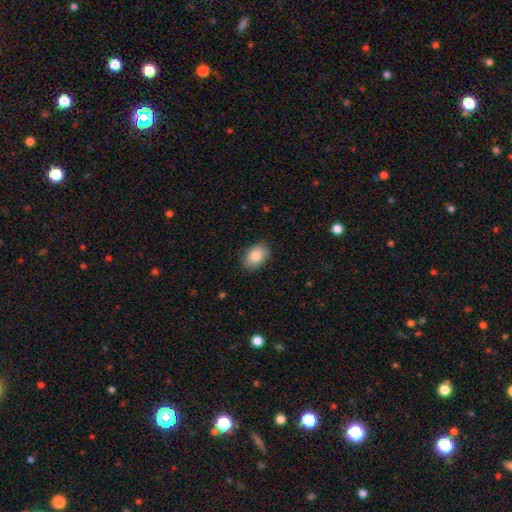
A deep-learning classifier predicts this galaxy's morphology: type=smooth (85%); roundness=in between (87%); merging=none (88%).